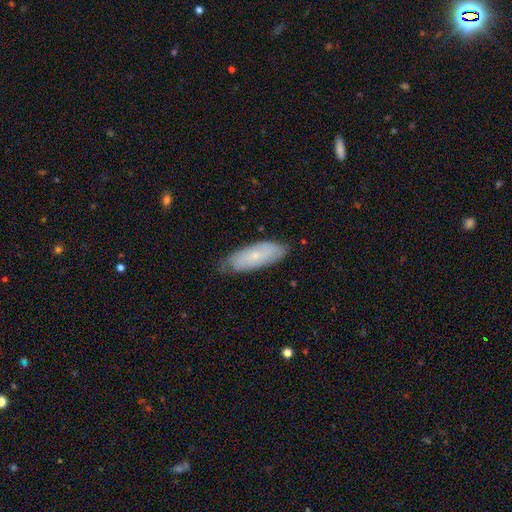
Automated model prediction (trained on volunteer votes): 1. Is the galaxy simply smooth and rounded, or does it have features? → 50% featured or disk, 43% smooth, 7% star or artifact.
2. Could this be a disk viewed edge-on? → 83% no, 17% yes.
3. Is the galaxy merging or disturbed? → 71% none, 24% minor disturbance, 4% major disturbance, 1% merger.